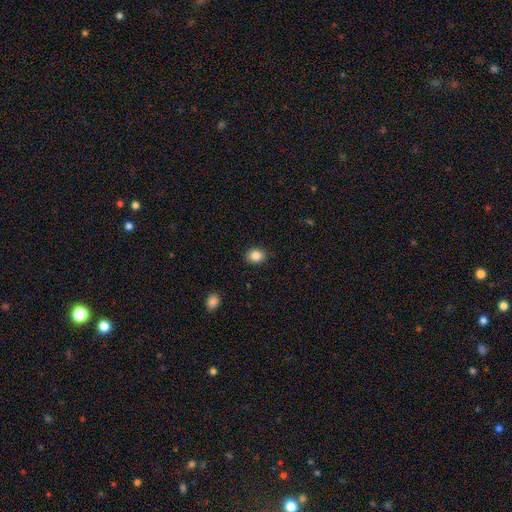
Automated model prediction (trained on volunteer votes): Q: Smooth or featured?
A: smooth (85%); runner-up: star or artifact (9%)
Q: How rounded?
A: round (58%); runner-up: in between (41%)
Q: Merging?
A: none (89%); runner-up: minor disturbance (8%)